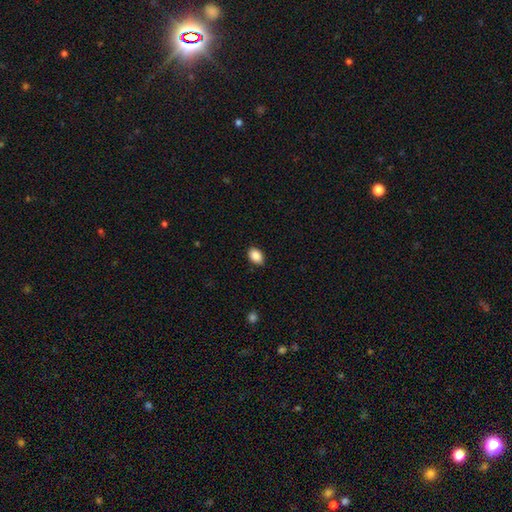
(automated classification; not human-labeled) Smooth or featured?
  - smooth: 89% *
  - star or artifact: 8%
  - featured or disk: 3%
How rounded?
  - in between: 84% *
  - round: 14%
  - cigar-shaped: 1%
Merging?
  - none: 87% *
  - minor disturbance: 10%
  - major disturbance: 2%
  - merger: 1%